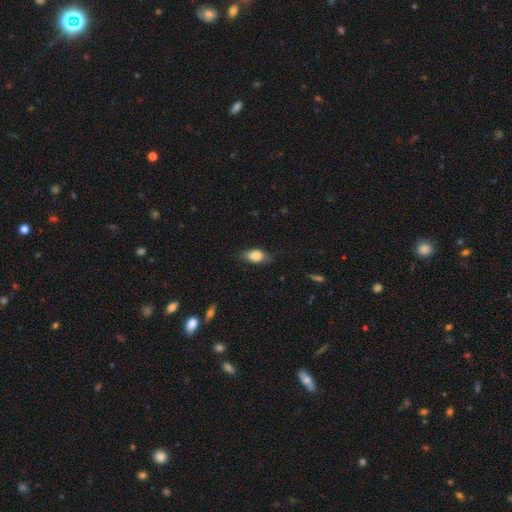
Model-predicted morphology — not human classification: smooth-or-featured: smooth: 79% | featured or disk: 13% | star or artifact: 8%
  how-rounded: in between: 84% | round: 9% | cigar-shaped: 7%
  merging: none: 75% | minor disturbance: 20% | major disturbance: 4% | merger: 1%